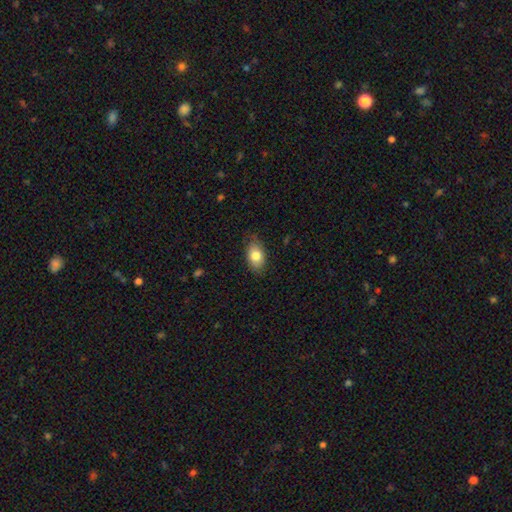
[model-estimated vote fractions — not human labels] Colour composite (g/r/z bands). It shows a smooth galaxy with no disk features (80%) that is in between round and cigar-shaped (89%). Merging: none (78%).